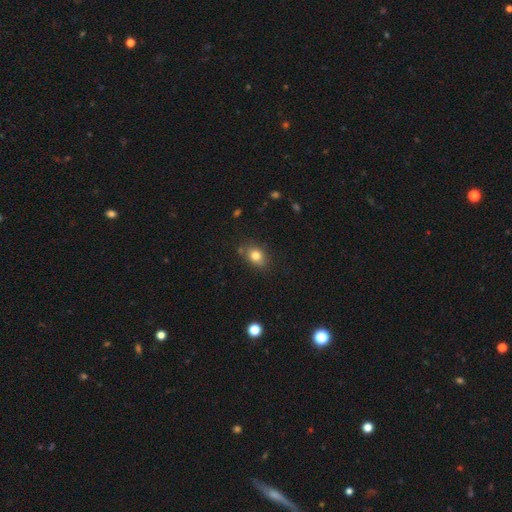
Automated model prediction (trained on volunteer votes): Overall: smooth (81%). How rounded: in between (51%; round 48%). Merging: none (76%).